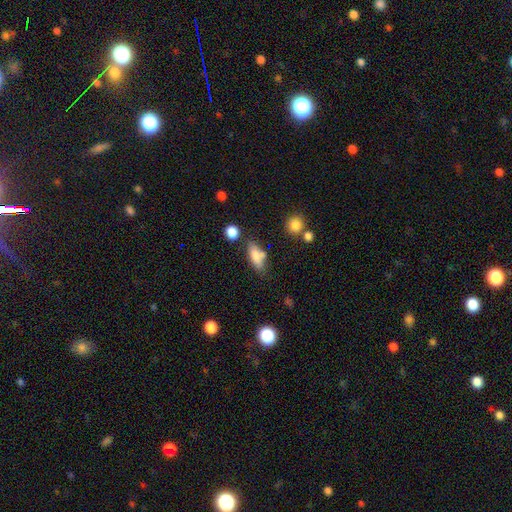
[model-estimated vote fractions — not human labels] Overall: smooth (72%). How rounded: in between (67%; cigar-shaped 30%). Merging: none (65%).